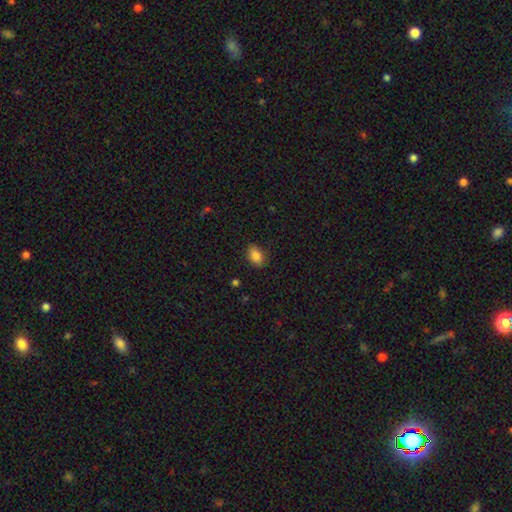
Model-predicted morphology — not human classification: The model was most divided on "merging": none: 83%, minor disturbance: 13%, major disturbance: 3%, merger: 1%. More confident: how rounded — in between (86%); smooth or featured — smooth (86%).